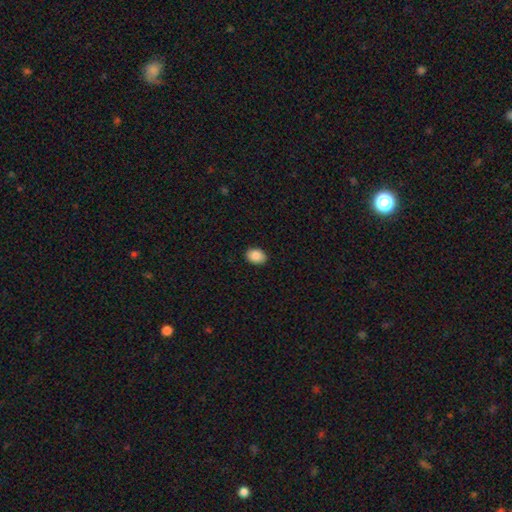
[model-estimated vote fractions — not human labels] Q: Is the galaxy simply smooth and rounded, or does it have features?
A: smooth — 89%.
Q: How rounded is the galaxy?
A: in between — 71%.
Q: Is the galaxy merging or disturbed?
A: none — 89%.